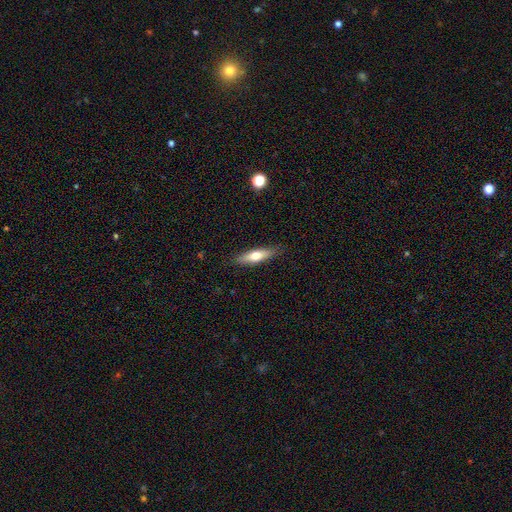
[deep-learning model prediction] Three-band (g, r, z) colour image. It shows a smooth galaxy with no disk features (59%) that is cigar-shaped (64%). Merging: none (87%).